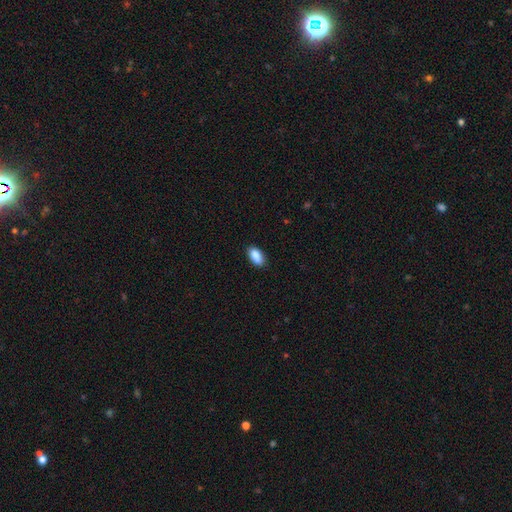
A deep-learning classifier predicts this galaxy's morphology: Smooth or featured?
  - smooth: 89% *
  - star or artifact: 7%
  - featured or disk: 4%
How rounded?
  - in between: 92% *
  - cigar-shaped: 4%
  - round: 3%
Merging?
  - none: 85% *
  - minor disturbance: 12%
  - major disturbance: 2%
  - merger: 1%